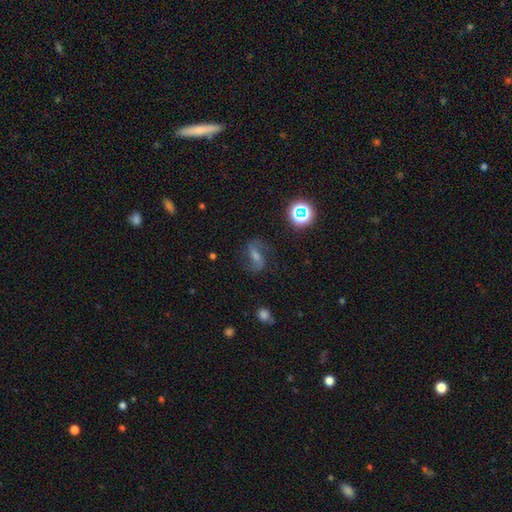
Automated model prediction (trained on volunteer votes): featured or disk 63%, smooth 21%, star or artifact 15%. Down the decision tree: edge-on disk — no (95%); bar — strong (45%); spiral arms — yes (91%); spiral arm count — 2 (89%); spiral winding — loose (51%); bulge size — moderate (33%); merging — none (73%).